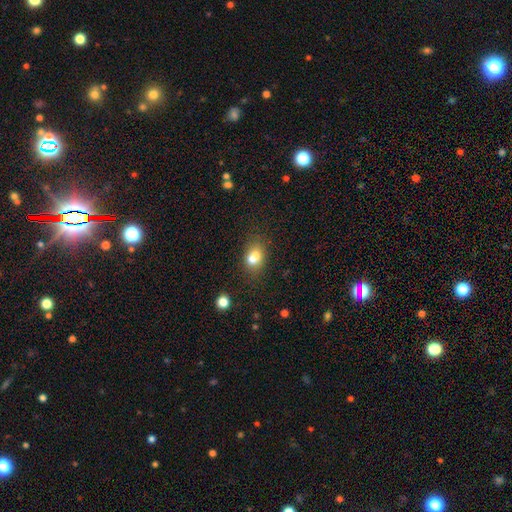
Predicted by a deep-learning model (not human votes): smooth 78%, featured or disk 11%, star or artifact 11%. Down the decision tree: how rounded — in between (74%); merging — none (59%).